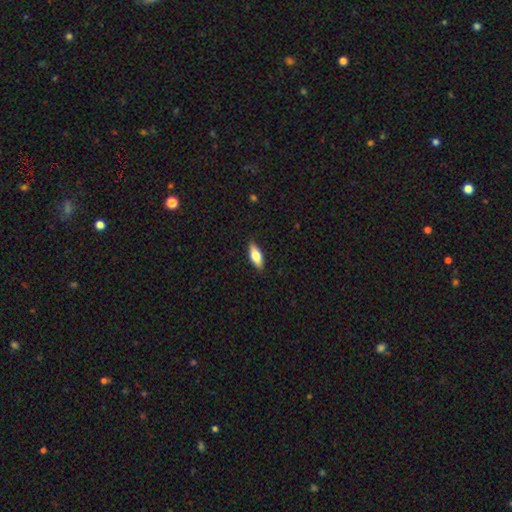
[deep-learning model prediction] Smooth or featured? smooth (65%)
How rounded? in between (69%)
Merging? none (88%)